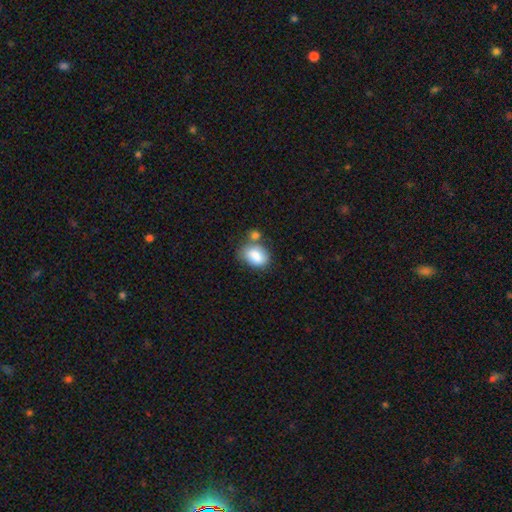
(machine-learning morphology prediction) This appears to be a smooth galaxy with no disk features (83%) that is in between round and cigar-shaped (80%). Merging: none (47%).